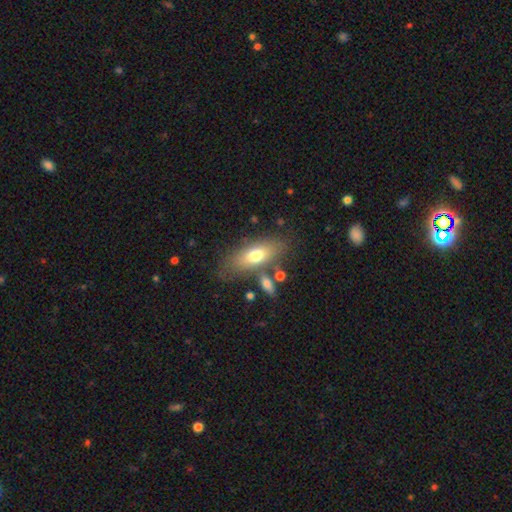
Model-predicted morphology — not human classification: This appears to be a smooth galaxy with no disk features (68%) that is in between round and cigar-shaped (77%). Merging: none (67%).